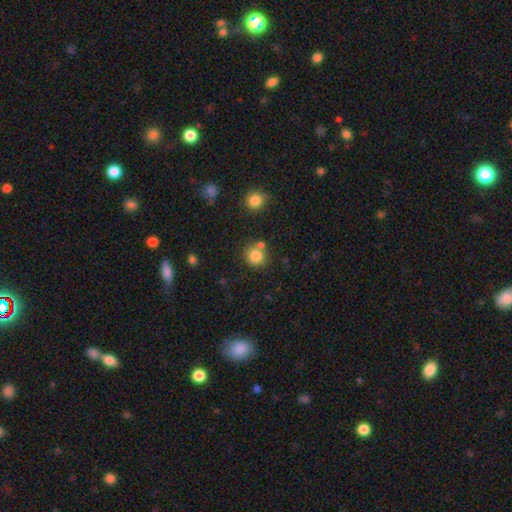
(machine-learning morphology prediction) Overall: smooth (81%). How rounded: round (86%). Merging: none (64%).